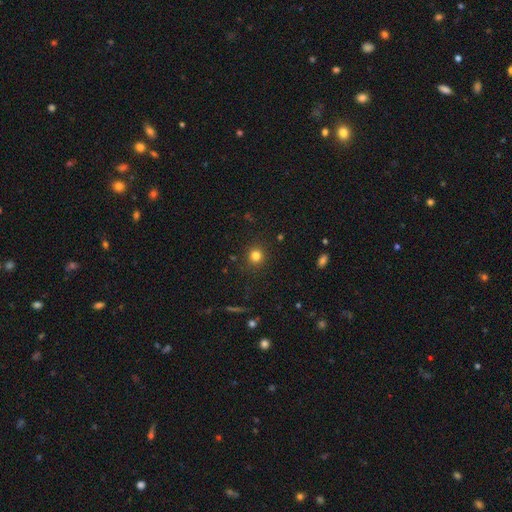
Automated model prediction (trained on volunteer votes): This is clearly a smooth galaxy (80%). How rounded: clearly round (90%). Merging: clearly none (89%).